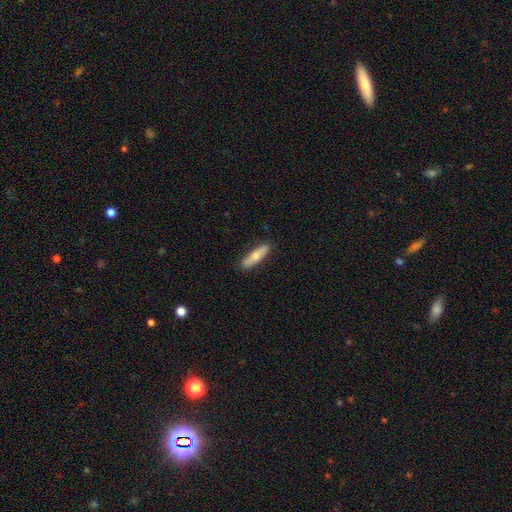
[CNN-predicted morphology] smooth-or-featured: smooth: 65% | featured or disk: 30% | star or artifact: 5%
  how-rounded: cigar-shaped: 66% | in between: 32% | round: 2%
  merging: none: 88% | minor disturbance: 10% | major disturbance: 2% | merger: 1%